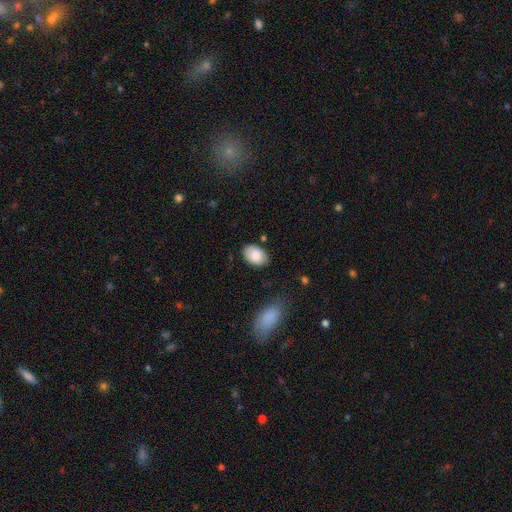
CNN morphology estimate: Smooth or featured? smooth (85%)
How rounded? in between (89%)
Merging? none (81%)